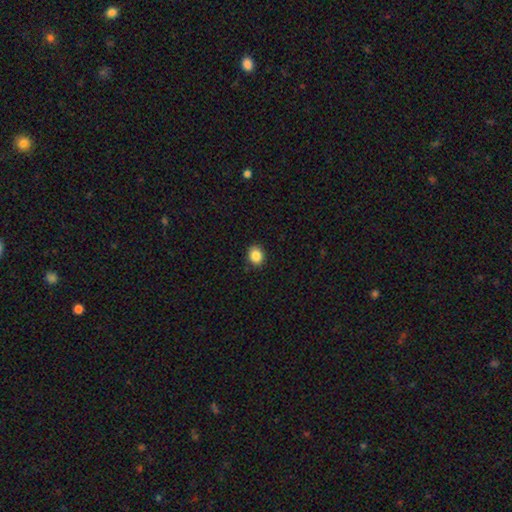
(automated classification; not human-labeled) smooth-or-featured: smooth: 86% | star or artifact: 10% | featured or disk: 5%
  how-rounded: round: 63% | in between: 36% | cigar-shaped: 1%
  merging: none: 89% | minor disturbance: 8% | major disturbance: 2% | merger: 1%